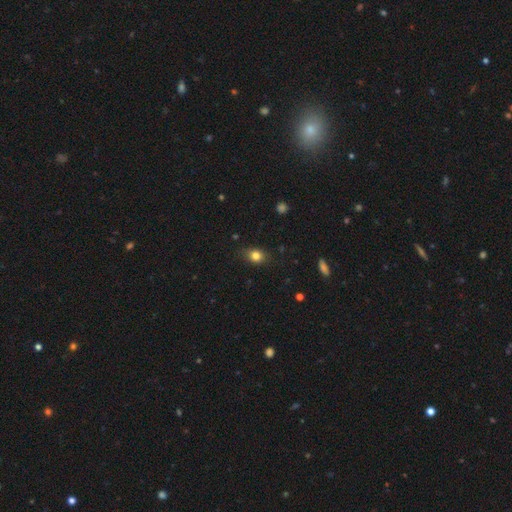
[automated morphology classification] The model was most divided on "how rounded": in between: 56%, round: 42%, cigar-shaped: 2%. More confident: smooth or featured — smooth (80%); merging — none (77%).